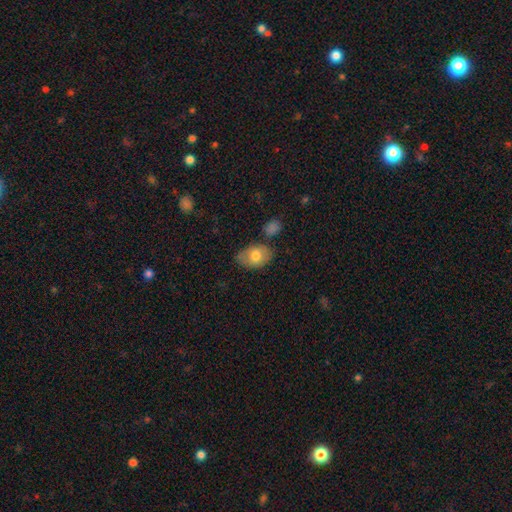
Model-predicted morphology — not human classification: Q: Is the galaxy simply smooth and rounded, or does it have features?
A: smooth — 73%.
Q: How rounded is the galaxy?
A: in between — 86%.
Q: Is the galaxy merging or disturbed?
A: none — 71%.